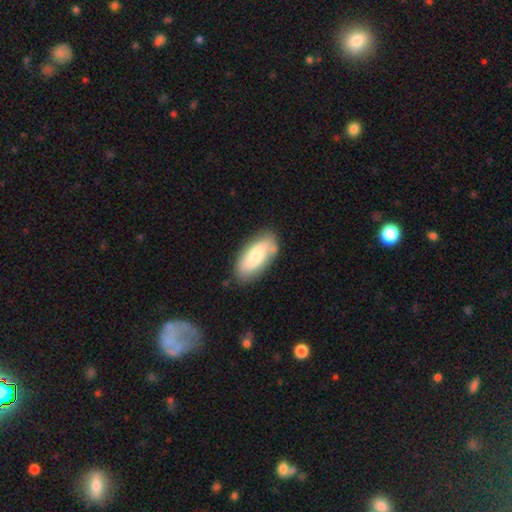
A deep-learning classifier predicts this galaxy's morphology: smooth 67%, featured or disk 27%, star or artifact 6%. Down the decision tree: how rounded — in between (88%); merging — none (74%).